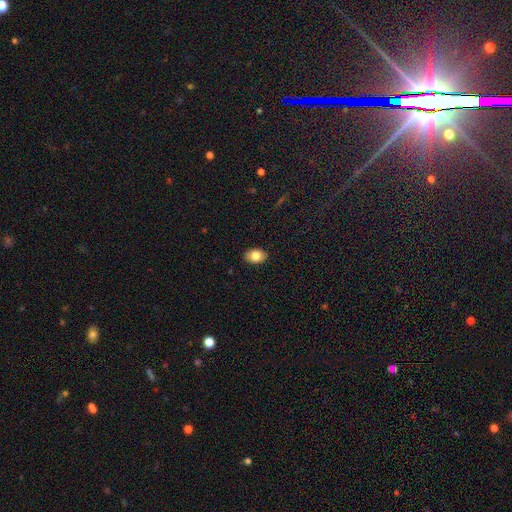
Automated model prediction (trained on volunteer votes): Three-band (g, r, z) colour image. It shows a smooth galaxy with no disk features (82%) that is in between round and cigar-shaped (82%). Merging: none (89%).